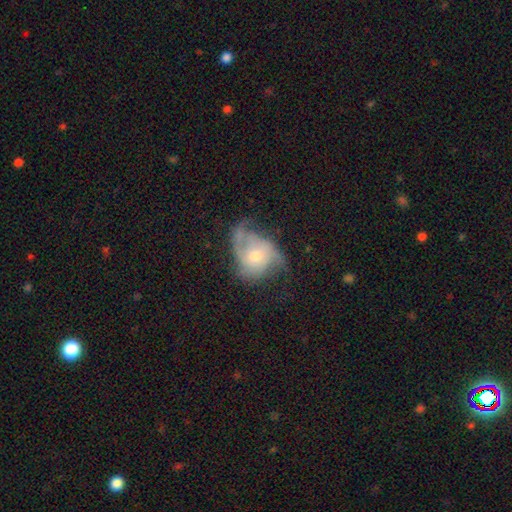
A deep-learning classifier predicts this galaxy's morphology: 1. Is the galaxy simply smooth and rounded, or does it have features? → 74% featured or disk, 19% smooth, 7% star or artifact.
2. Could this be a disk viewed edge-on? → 97% no, 3% yes.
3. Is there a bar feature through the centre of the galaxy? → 77% no, 19% weak, 4% strong.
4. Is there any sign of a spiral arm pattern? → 89% yes, 11% no.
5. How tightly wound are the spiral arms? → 43% medium, 33% loose, 24% tight.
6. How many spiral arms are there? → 38% 2, 31% 3, 15% can't tell, 9% 1, 5% 4, 3% more than 4.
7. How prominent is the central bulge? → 50% moderate, 45% small, 3% large, 1% none, 1% dominant.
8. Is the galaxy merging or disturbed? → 44% none, 28% minor disturbance, 26% major disturbance, 2% merger.